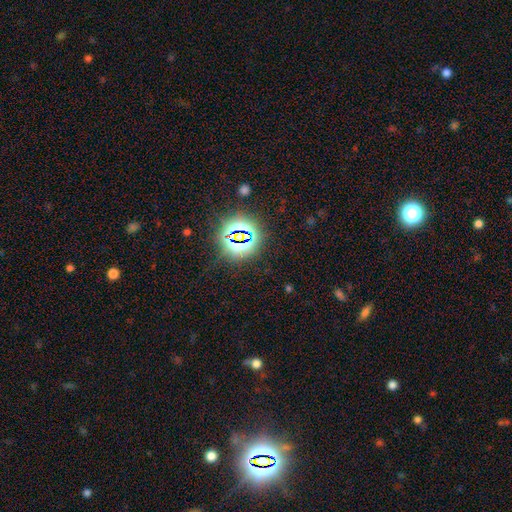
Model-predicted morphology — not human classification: type=star or artifact (77%).